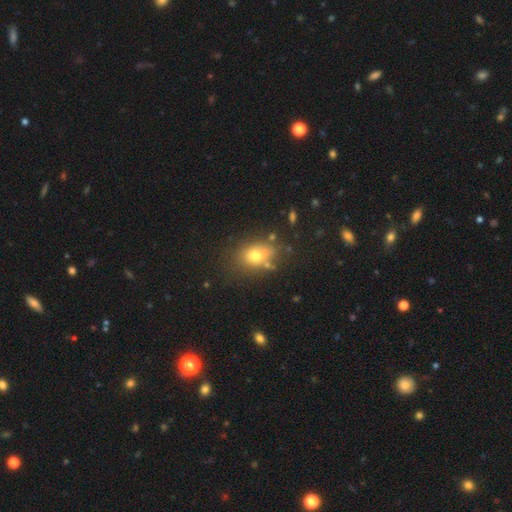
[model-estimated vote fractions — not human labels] A smooth galaxy with no disk features (71%) that is in between round and cigar-shaped (63%). Merging: none (67%).